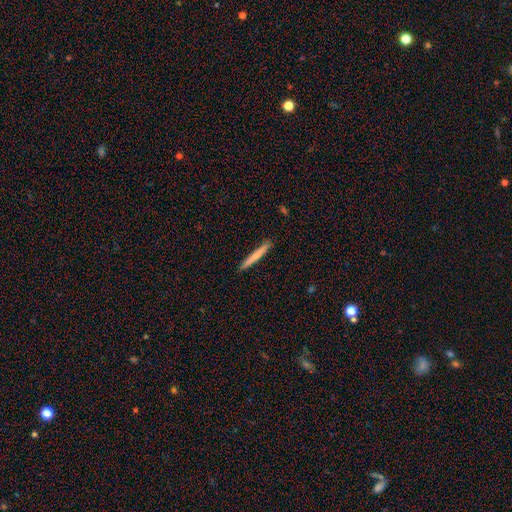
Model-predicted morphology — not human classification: smooth-or-featured: smooth: 72% | featured or disk: 23% | star or artifact: 5%
  how-rounded: cigar-shaped: 96% | in between: 2% | round: 1%
  merging: none: 91% | minor disturbance: 7% | major disturbance: 1% | merger: 1%